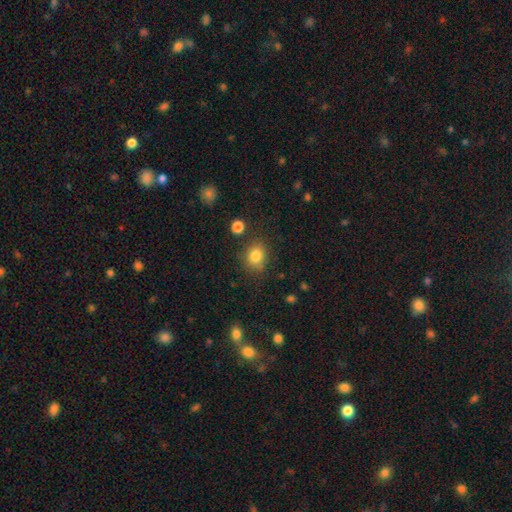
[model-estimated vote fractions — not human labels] Overall: smooth (83%). How rounded: round (61%; in between 38%). Merging: none (77%).